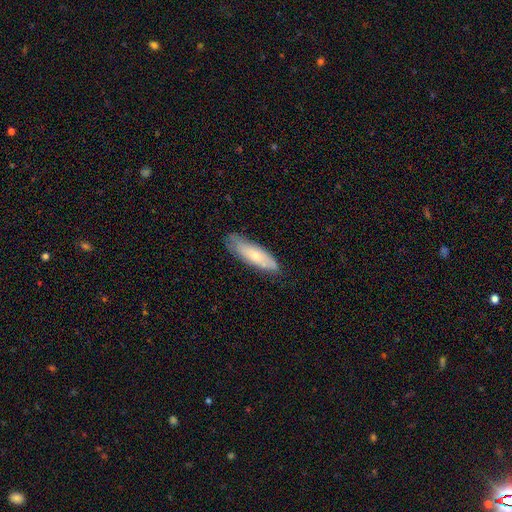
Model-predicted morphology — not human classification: Smooth or featured? Predicted: smooth (p=0.61). How rounded? Predicted: cigar-shaped (p=0.55). Merging? Predicted: none (p=0.75).